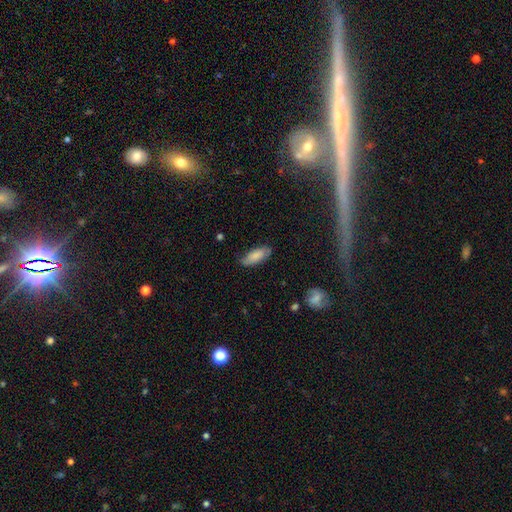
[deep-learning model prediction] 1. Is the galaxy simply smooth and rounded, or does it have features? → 82% smooth, 12% featured or disk, 6% star or artifact.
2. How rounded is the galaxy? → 78% in between, 20% cigar-shaped, 2% round.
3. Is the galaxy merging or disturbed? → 75% none, 20% minor disturbance, 3% major disturbance, 1% merger.